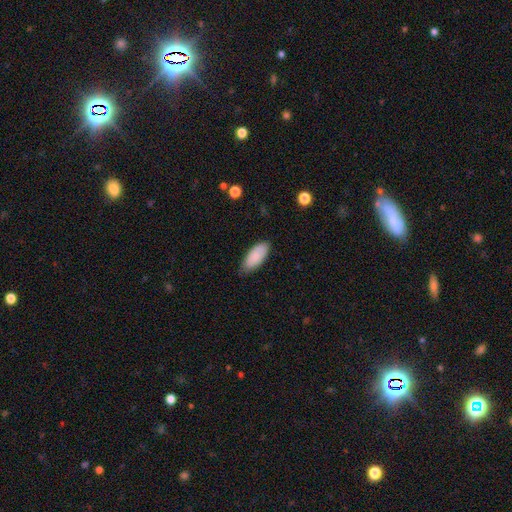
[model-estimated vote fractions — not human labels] Morphology: type=smooth (88%); roundness=in between (87%); merging=none (77%).